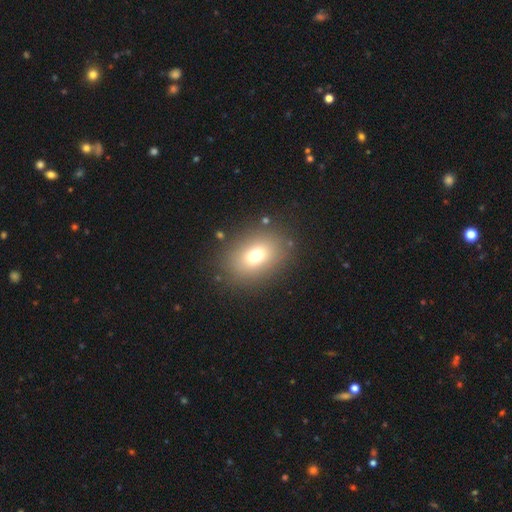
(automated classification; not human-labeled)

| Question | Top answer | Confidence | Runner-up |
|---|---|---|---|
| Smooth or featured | smooth | 71% | star or artifact (15%) |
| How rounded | in between | 62% | round (36%) |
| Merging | none | 84% | minor disturbance (9%) |